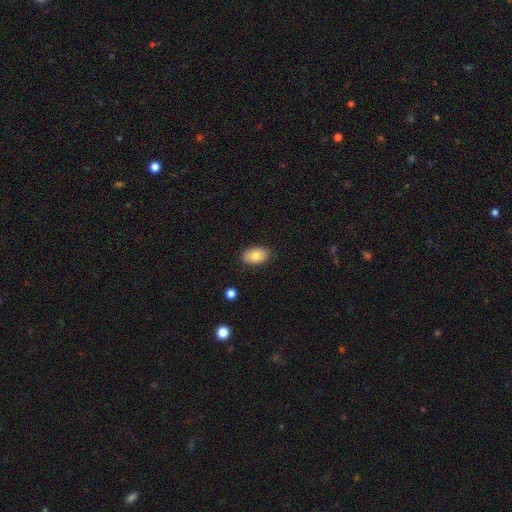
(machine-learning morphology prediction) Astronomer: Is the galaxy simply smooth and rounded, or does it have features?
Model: smooth — 79%.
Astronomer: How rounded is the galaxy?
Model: in between — 91%.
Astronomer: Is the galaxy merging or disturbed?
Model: none — 86%.